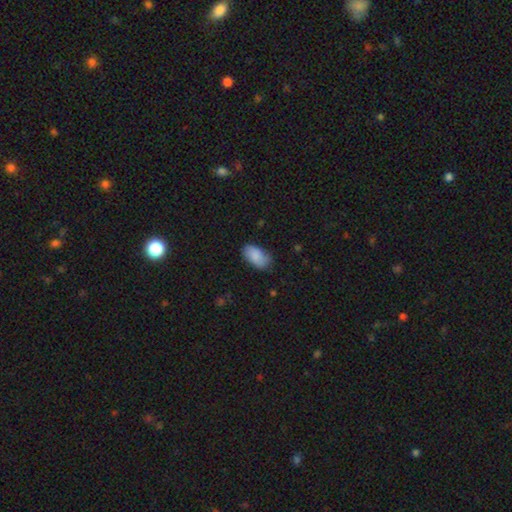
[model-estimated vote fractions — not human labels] Overall: smooth (86%). How rounded: in between (94%). Merging: none (70%).